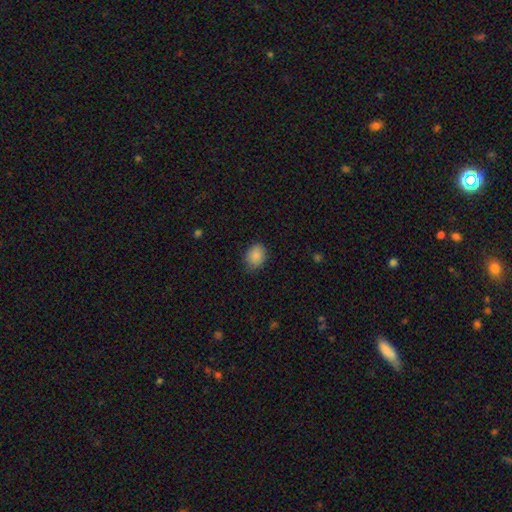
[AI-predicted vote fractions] Overall: smooth (87%). How rounded: in between (59%; round 40%). Merging: none (78%).